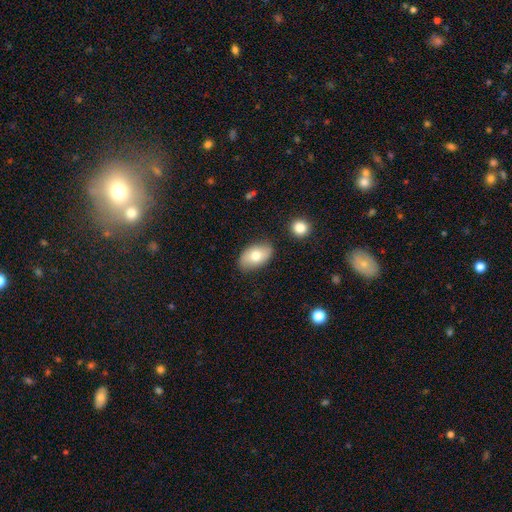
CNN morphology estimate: Smooth or featured? Predicted: smooth (p=0.73). How rounded? Predicted: in between (p=0.91). Merging? Predicted: none (p=0.81).